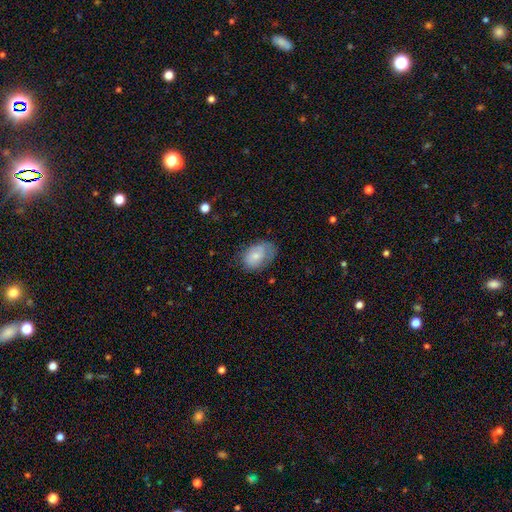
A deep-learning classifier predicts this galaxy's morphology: Q: Smooth or featured?
A: smooth (68%); runner-up: featured or disk (25%)
Q: How rounded?
A: in between (82%); runner-up: round (17%)
Q: Merging?
A: none (58%); runner-up: minor disturbance (28%)